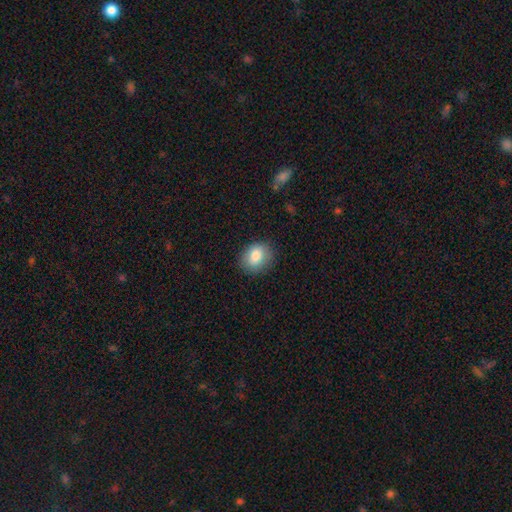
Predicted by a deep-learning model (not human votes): Smooth or featured? smooth (83%)
How rounded? in between (53%)
Merging? none (85%)